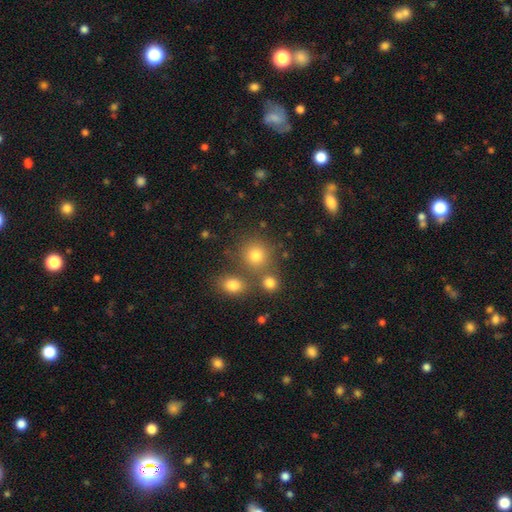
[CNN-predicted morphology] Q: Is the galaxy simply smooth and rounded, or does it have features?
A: smooth — 76%.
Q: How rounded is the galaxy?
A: round — 84%.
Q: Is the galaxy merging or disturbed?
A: none — 68%.